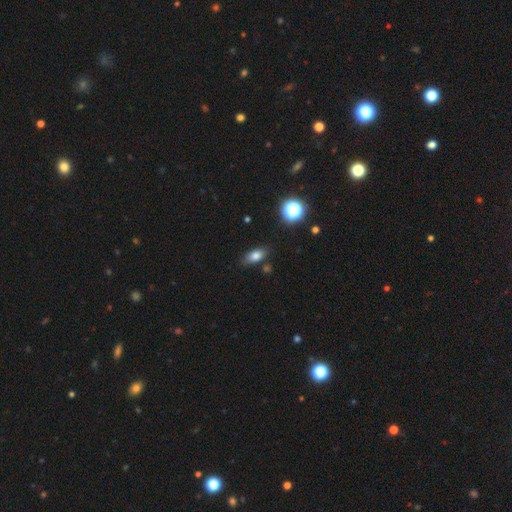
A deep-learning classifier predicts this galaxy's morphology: Overall: smooth (79%). How rounded: in between (82%). Merging: none (81%).